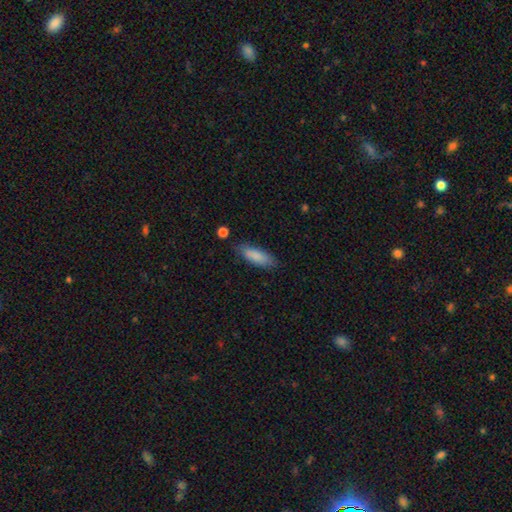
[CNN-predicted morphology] Smooth or featured? smooth (86%)
How rounded? in between (61%)
Merging? none (79%)